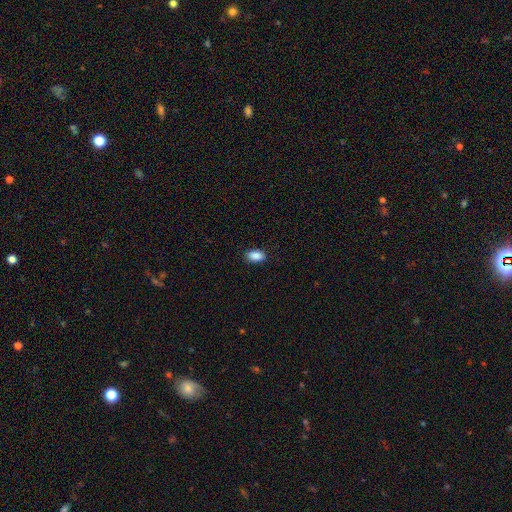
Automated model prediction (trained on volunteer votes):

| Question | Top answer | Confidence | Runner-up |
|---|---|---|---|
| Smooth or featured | smooth | 89% | star or artifact (8%) |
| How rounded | in between | 91% | round (7%) |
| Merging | none | 89% | minor disturbance (8%) |